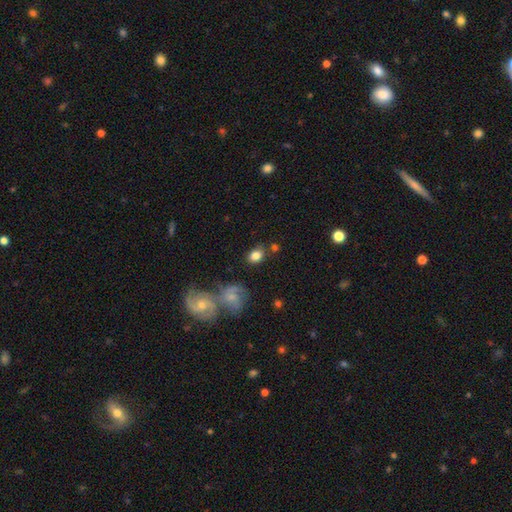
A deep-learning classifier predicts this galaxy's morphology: Overall: smooth (79%). How rounded: in between (64%; round 34%). Merging: none (70%).